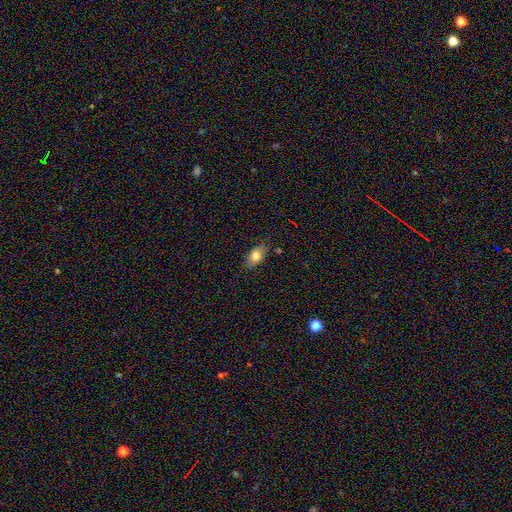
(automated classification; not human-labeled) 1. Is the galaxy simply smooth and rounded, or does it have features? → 78% smooth, 14% featured or disk, 8% star or artifact.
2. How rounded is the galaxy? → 89% in between, 6% round, 5% cigar-shaped.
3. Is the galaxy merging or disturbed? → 82% none, 14% minor disturbance, 3% major disturbance, 2% merger.